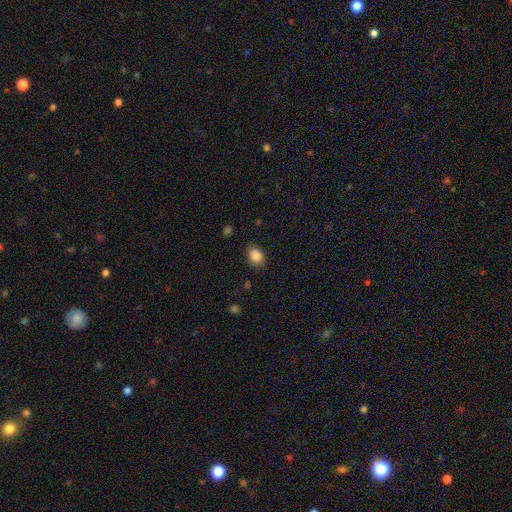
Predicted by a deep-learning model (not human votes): smooth 87%, star or artifact 9%, featured or disk 4%. Down the decision tree: how rounded — in between (63%); merging — none (82%).